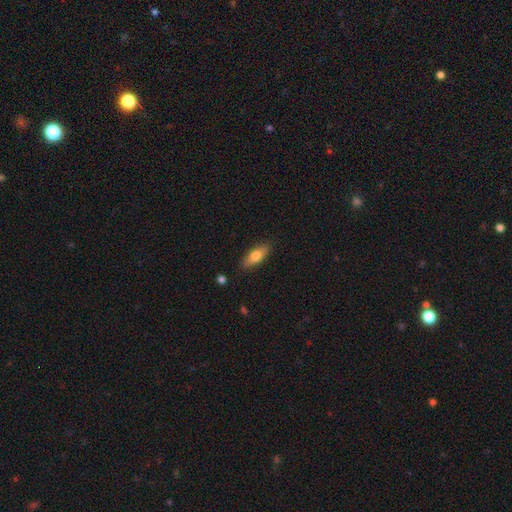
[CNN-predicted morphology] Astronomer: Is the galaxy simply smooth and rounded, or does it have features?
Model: smooth — 71%.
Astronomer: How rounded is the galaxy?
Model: in between — 66%.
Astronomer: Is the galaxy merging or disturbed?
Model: none — 86%.